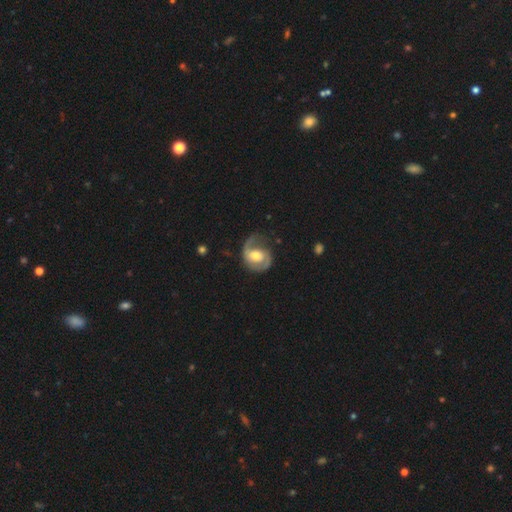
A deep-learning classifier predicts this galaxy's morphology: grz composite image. It shows a featured or disk galaxy (81%) with no bar (49%), 2 (76%) medium (48%) spiral arms (93%) and a moderate central bulge (68%). Merging: none (61%).